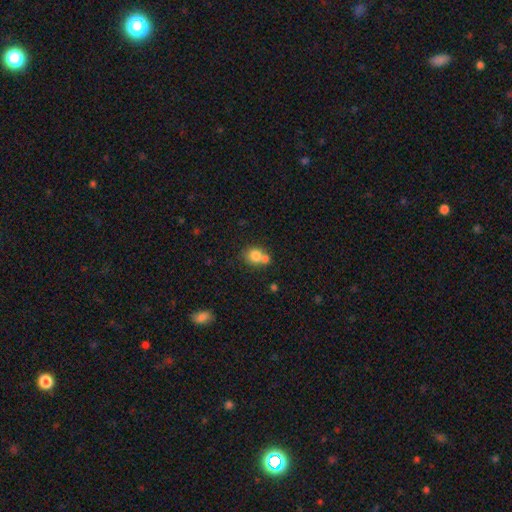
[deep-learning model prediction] Morphology: type=smooth (79%); roundness=round (70%); merging=merger (47%).